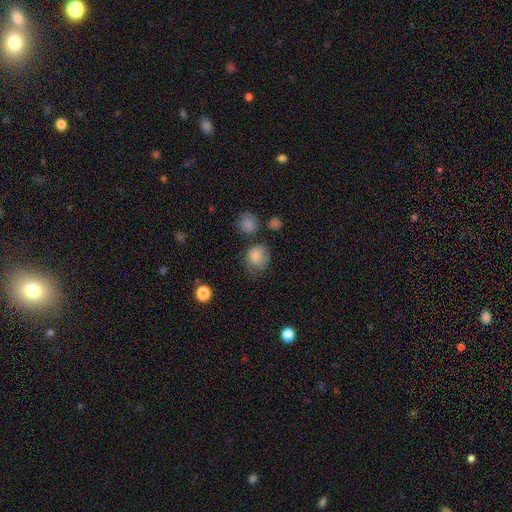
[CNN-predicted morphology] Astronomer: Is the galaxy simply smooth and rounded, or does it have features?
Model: smooth — 79%.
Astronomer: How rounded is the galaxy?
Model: round — 75%.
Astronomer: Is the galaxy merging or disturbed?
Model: none — 55%.